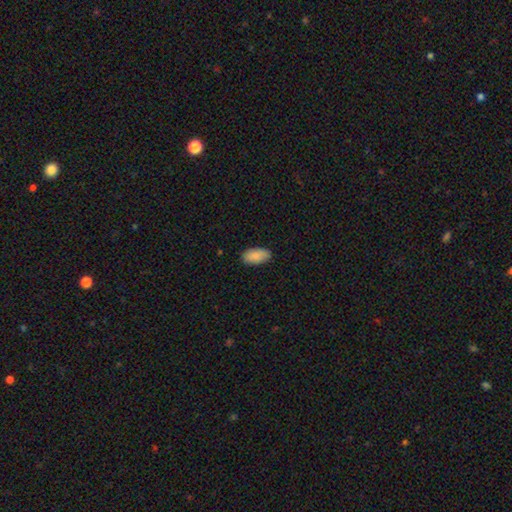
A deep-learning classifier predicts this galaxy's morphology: smooth 88%, star or artifact 6%, featured or disk 5%. Down the decision tree: how rounded — in between (94%); merging — none (85%).